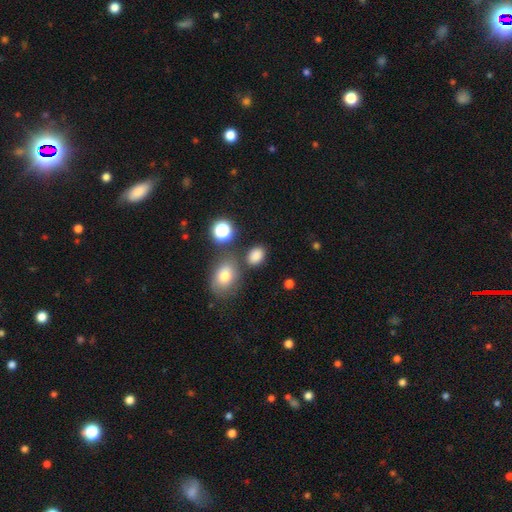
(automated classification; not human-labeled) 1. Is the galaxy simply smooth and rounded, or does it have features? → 81% smooth, 13% star or artifact, 5% featured or disk.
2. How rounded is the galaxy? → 71% in between, 27% round, 1% cigar-shaped.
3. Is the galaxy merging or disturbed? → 75% none, 12% minor disturbance, 9% merger, 4% major disturbance.